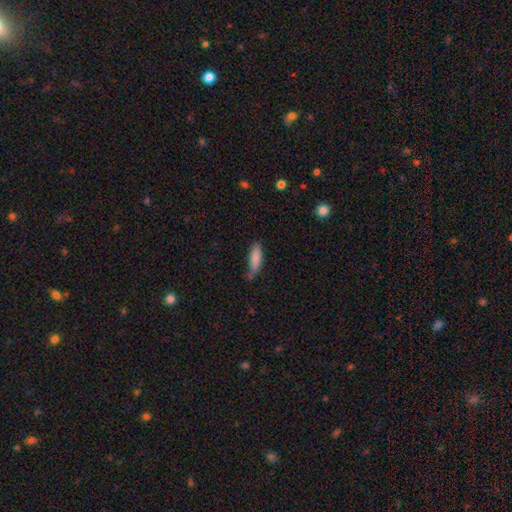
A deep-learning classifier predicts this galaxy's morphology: A smooth galaxy with no disk features (85%) that is cigar-shaped (52%).

Vote fractions:
- Smooth or featured? smooth: 85% / featured or disk: 8% / star or artifact: 7%
- How rounded? cigar-shaped: 52% / in between: 46% / round: 2%
- Merging? none: 62% / minor disturbance: 29% / major disturbance: 6% / merger: 4%